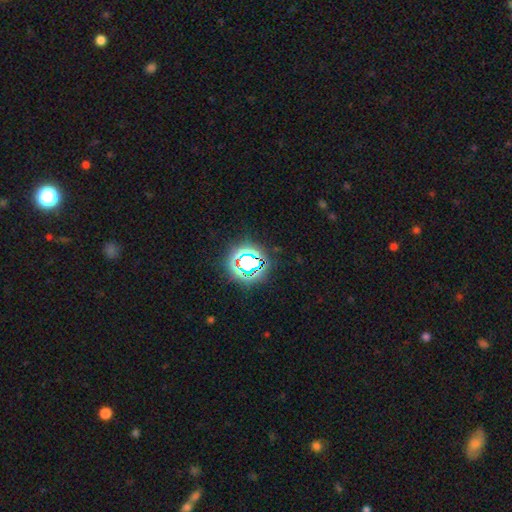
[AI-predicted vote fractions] smooth-or-featured: star or artifact: 79% | smooth: 15% | featured or disk: 7%